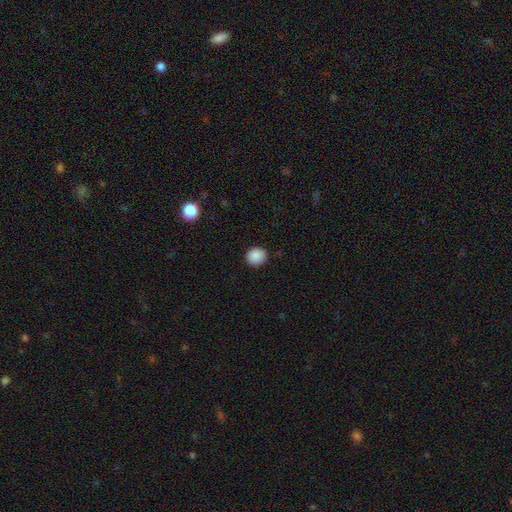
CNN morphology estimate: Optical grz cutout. It shows a smooth galaxy with no disk features (89%) that is round (79%). Merging: none (90%).